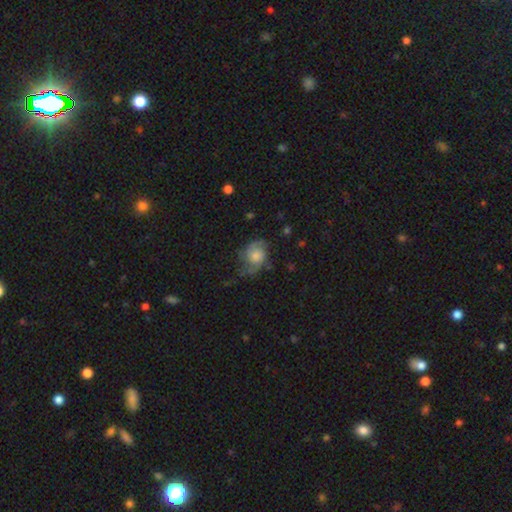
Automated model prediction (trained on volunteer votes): Smooth or featured?
  - featured or disk: 66% *
  - smooth: 25%
  - star or artifact: 9%
Edge-on disk?
  - no: 97% *
  - yes: 3%
Bar?
  - no: 73% *
  - weak: 23%
  - strong: 3%
Spiral arms?
  - yes: 91% *
  - no: 9%
Spiral winding?
  - medium: 44% *
  - tight: 29%
  - loose: 26%
Spiral arm count?
  - 2: 72% *
  - can't tell: 13%
  - 3: 6%
  - 1: 6%
  - 4: 2%
  - more than 4: 2%
Bulge size?
  - moderate: 45% *
  - small: 26%
  - large: 18%
  - none: 9%
  - dominant: 3%
Merging?
  - none: 55% *
  - minor disturbance: 26%
  - major disturbance: 17%
  - merger: 2%